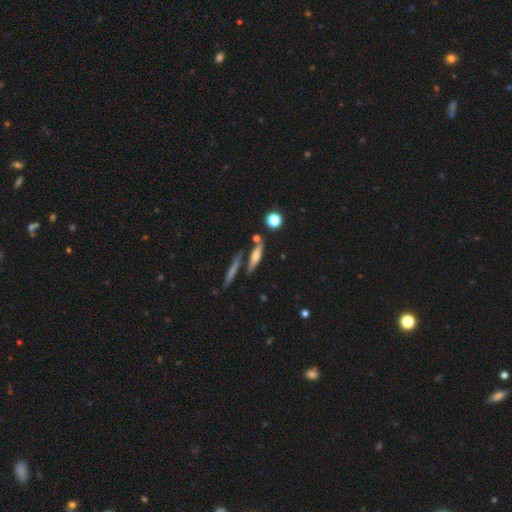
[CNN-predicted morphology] smooth-or-featured: smooth: 50% | featured or disk: 40% | star or artifact: 11%
  merging: none: 68% | merger: 15% | minor disturbance: 13% | major disturbance: 5%